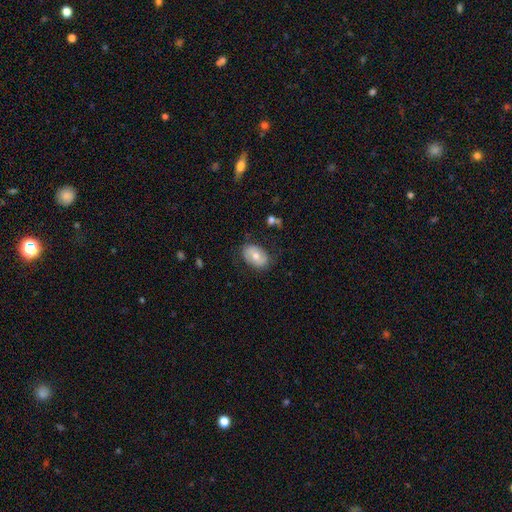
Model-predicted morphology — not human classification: This appears to be a smooth galaxy with no disk features (57%) that is in between round and cigar-shaped (82%). Merging: none (76%).